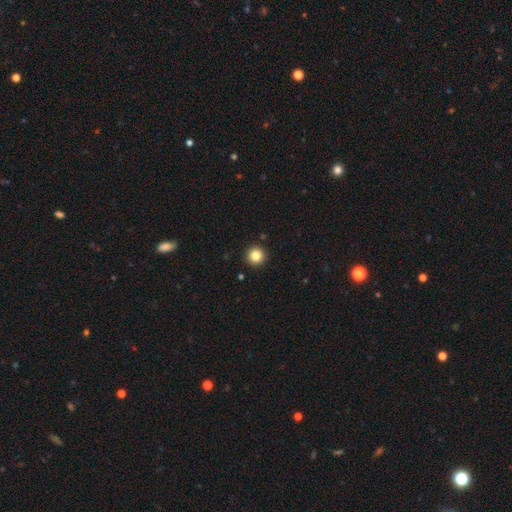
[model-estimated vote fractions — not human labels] This is clearly a smooth galaxy (84%). How rounded: clearly round (96%). Merging: clearly none (93%).